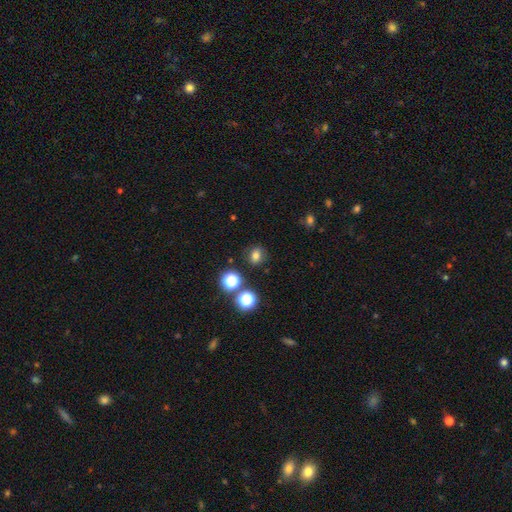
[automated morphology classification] Smooth or featured?
  - smooth: 73% *
  - star or artifact: 19%
  - featured or disk: 8%
How rounded?
  - round: 68% *
  - in between: 31%
  - cigar-shaped: 1%
Merging?
  - none: 82% *
  - minor disturbance: 10%
  - merger: 4%
  - major disturbance: 3%